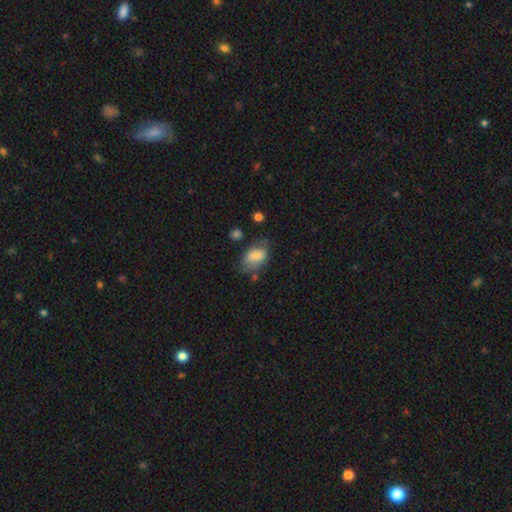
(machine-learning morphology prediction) Smooth or featured? Predicted: smooth (p=0.74). How rounded? Predicted: in between (p=0.86). Merging? Predicted: none (p=0.51).